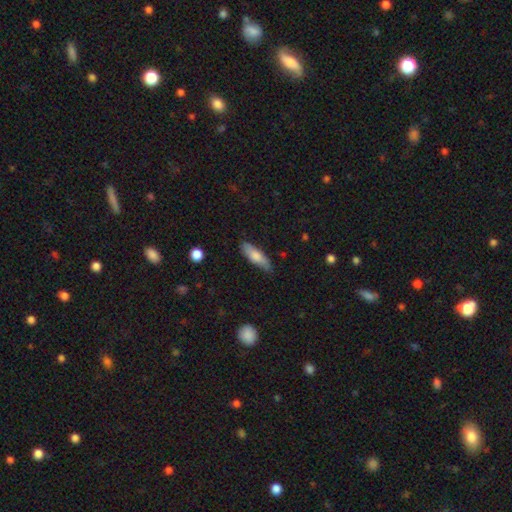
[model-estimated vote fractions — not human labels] Smooth or featured? Predicted: smooth (p=0.75). How rounded? Predicted: cigar-shaped (p=0.51). Merging? Predicted: none (p=0.78).